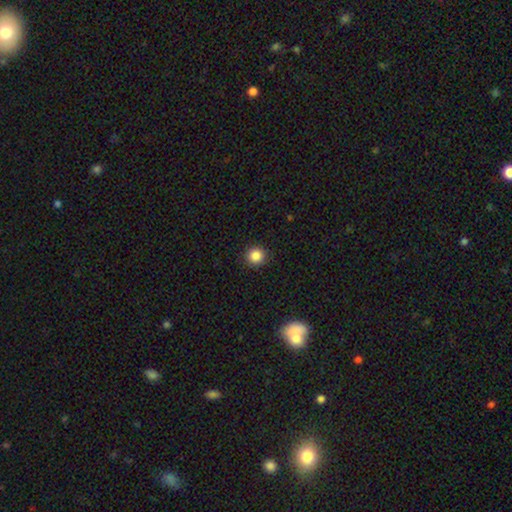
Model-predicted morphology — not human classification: Smooth or featured? Predicted: smooth (p=0.86). How rounded? Predicted: round (p=0.93). Merging? Predicted: none (p=0.91).